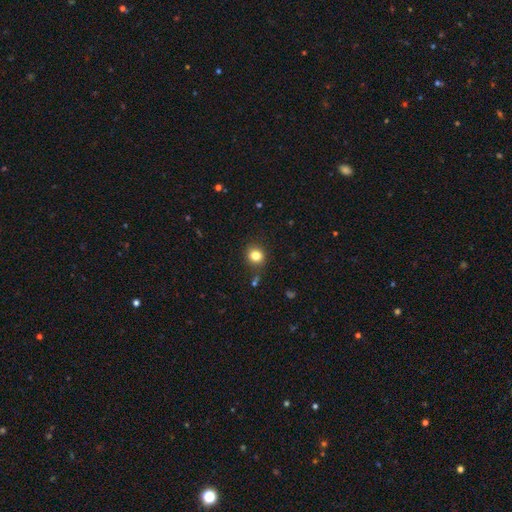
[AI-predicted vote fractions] smooth 82%, star or artifact 12%, featured or disk 6%. Down the decision tree: how rounded — round (84%); merging — none (85%).